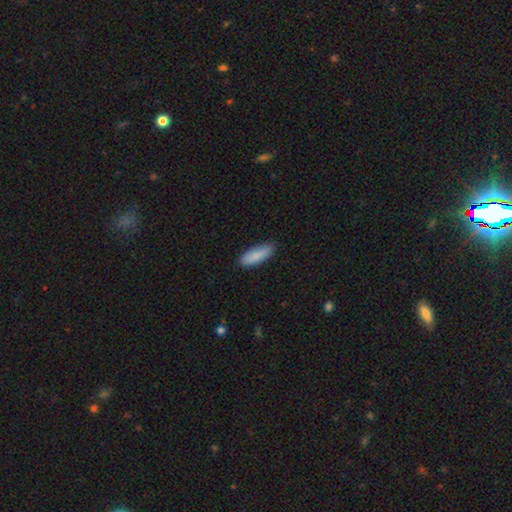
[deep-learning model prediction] Overall: smooth (89%). How rounded: in between (58%; cigar-shaped 41%). Merging: none (85%).